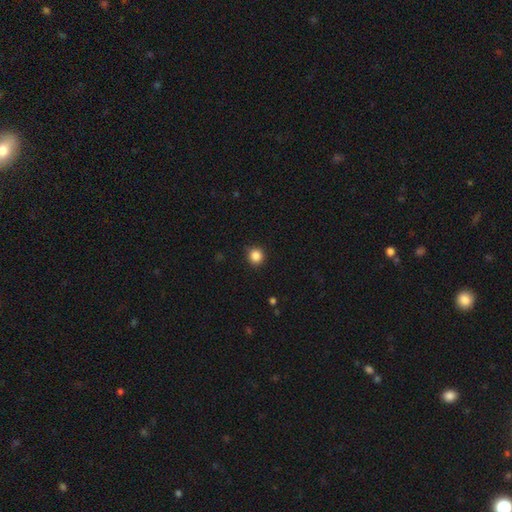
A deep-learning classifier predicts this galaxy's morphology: A smooth galaxy with no disk features (86%) that is round (92%). Merging: none (91%).